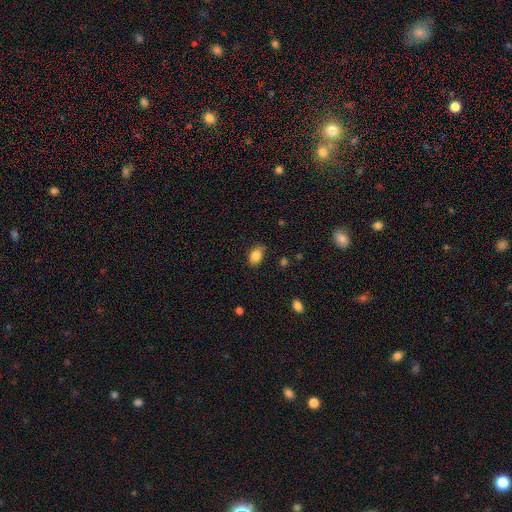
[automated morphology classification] This appears to be a smooth galaxy with no disk features (85%) that is in between round and cigar-shaped (78%). Merging: none (74%).